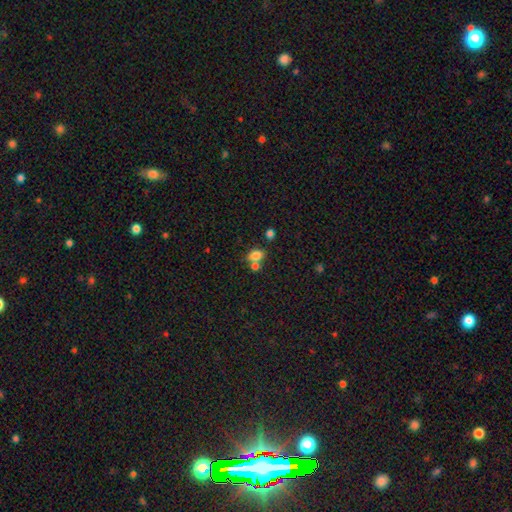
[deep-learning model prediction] Smooth or featured: smooth — 81% (star or artifact — 11%)
How rounded: in between — 77% (round — 21%)
Merging: none — 50% (merger — 34%)